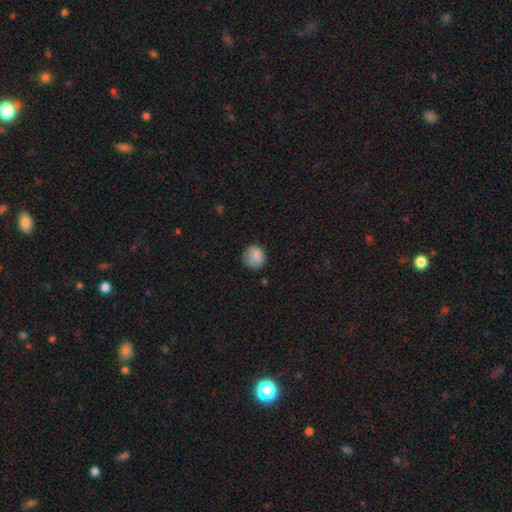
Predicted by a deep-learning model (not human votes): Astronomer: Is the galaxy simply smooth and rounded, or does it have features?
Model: smooth — 85%.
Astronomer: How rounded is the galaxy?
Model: round — 81%.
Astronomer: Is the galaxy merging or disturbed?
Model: none — 72%.